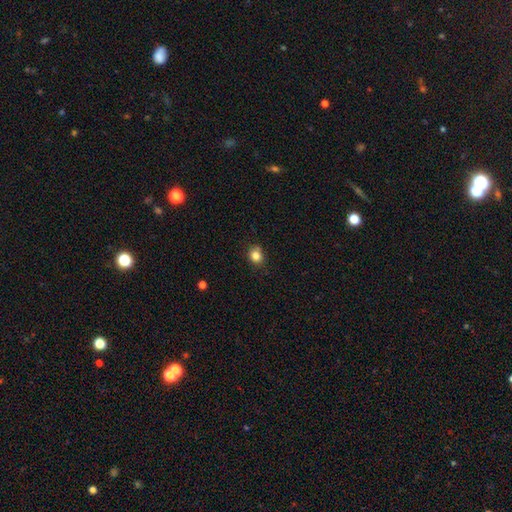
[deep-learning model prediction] This is clearly a smooth galaxy (83%). How rounded: likely round (73%). Merging: clearly none (81%).